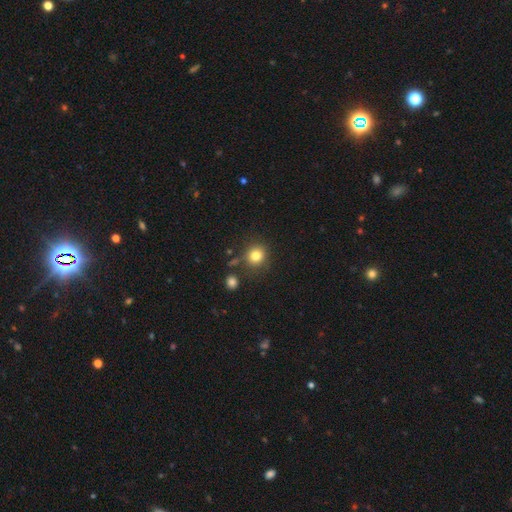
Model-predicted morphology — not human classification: A smooth galaxy with no disk features (81%) that is round (88%). Merging: none (81%).